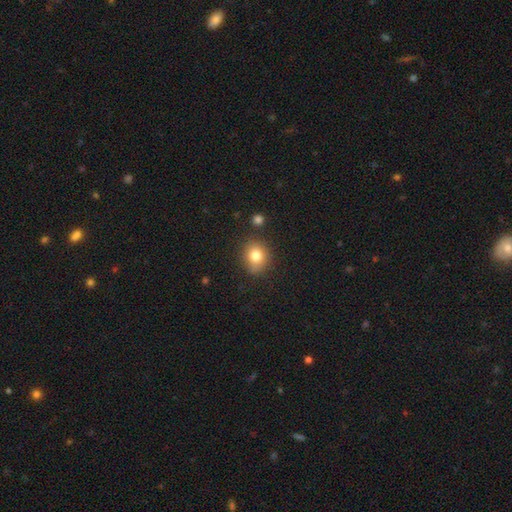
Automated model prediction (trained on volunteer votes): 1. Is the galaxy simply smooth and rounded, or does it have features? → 79% smooth, 11% star or artifact, 10% featured or disk.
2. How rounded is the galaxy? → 63% round, 36% in between, 1% cigar-shaped.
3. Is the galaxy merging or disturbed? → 79% none, 13% minor disturbance, 4% merger, 3% major disturbance.